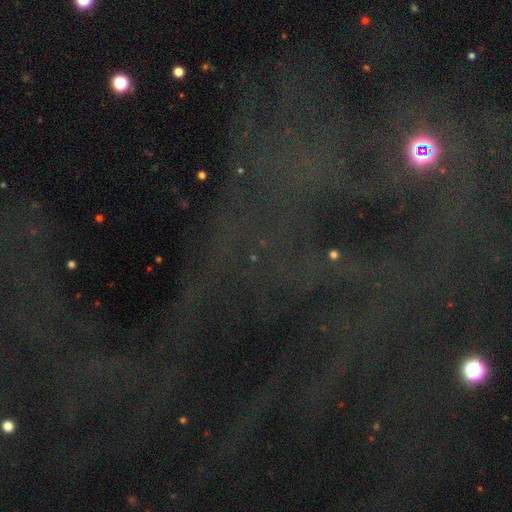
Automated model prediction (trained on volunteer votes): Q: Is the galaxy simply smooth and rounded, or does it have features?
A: star or artifact — 76%.